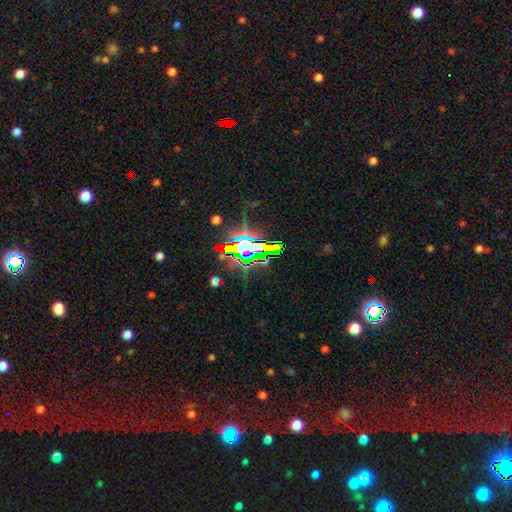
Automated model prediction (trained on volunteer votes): Smooth or featured? star or artifact (68%)